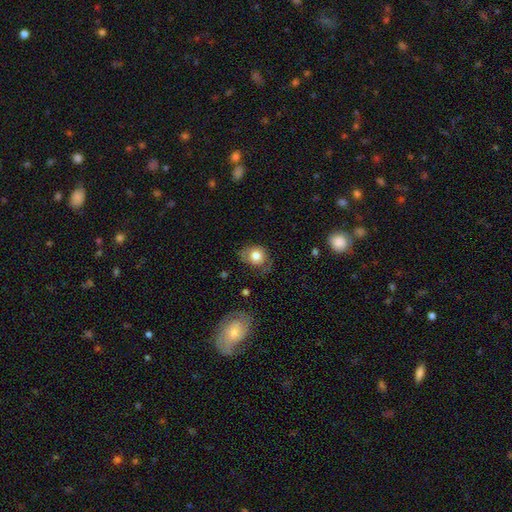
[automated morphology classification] smooth_or_featured: smooth (p=0.73) [alt: featured or disk p=0.18]
how_rounded: round (p=0.59) [alt: in between p=0.40]
merging: none (p=0.49) [alt: minor disturbance p=0.32]